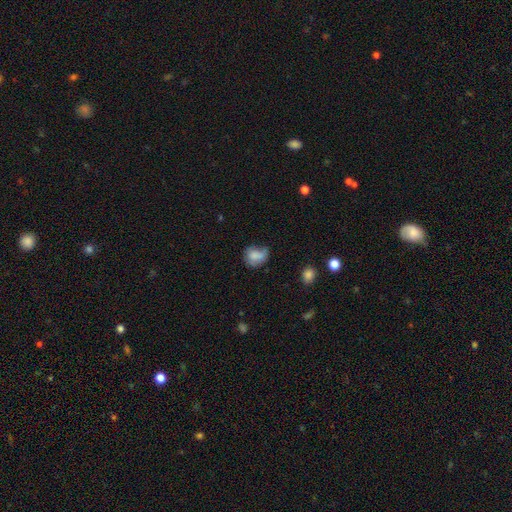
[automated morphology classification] Smooth or featured: smooth — 70% (featured or disk — 20%)
How rounded: round — 51% (in between — 48%)
Merging: none — 40% (minor disturbance — 33%)